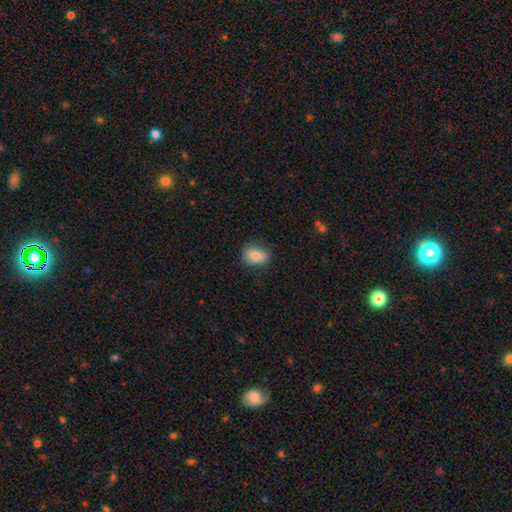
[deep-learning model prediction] Smooth or featured? smooth (80%)
How rounded? in between (72%)
Merging? none (75%)